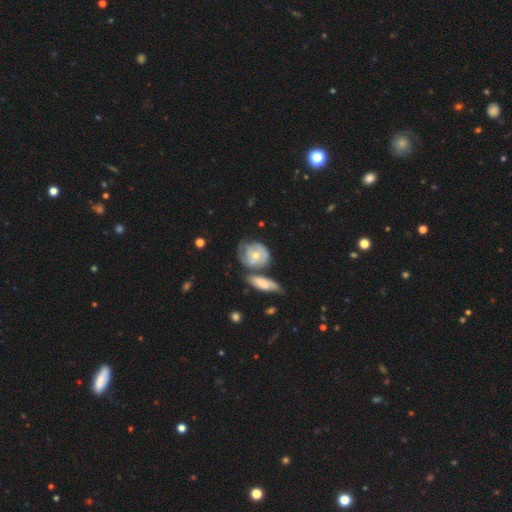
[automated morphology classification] Q: Smooth or featured?
A: featured or disk (64%); runner-up: smooth (30%)
Q: Edge-on disk?
A: no (94%); runner-up: yes (6%)
Q: Bar?
A: no (74%); runner-up: weak (21%)
Q: Spiral arms?
A: yes (78%); runner-up: no (22%)
Q: Bulge size?
A: moderate (59%); runner-up: small (35%)
Q: Merging?
A: none (42%); runner-up: merger (26%)